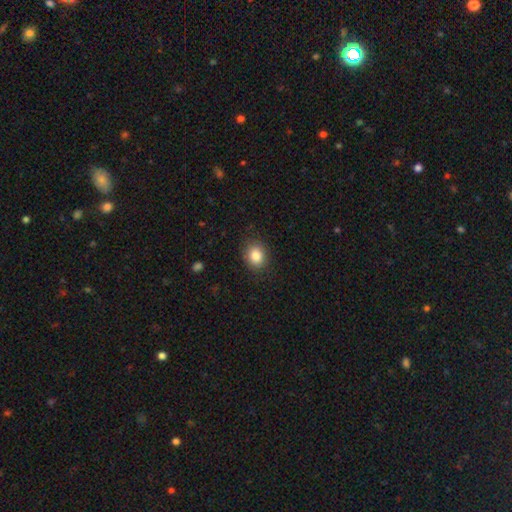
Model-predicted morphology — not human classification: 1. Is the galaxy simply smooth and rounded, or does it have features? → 85% smooth, 9% star or artifact, 6% featured or disk.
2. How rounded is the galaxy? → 58% round, 41% in between, 1% cigar-shaped.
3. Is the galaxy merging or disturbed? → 86% none, 10% minor disturbance, 3% major disturbance, 1% merger.